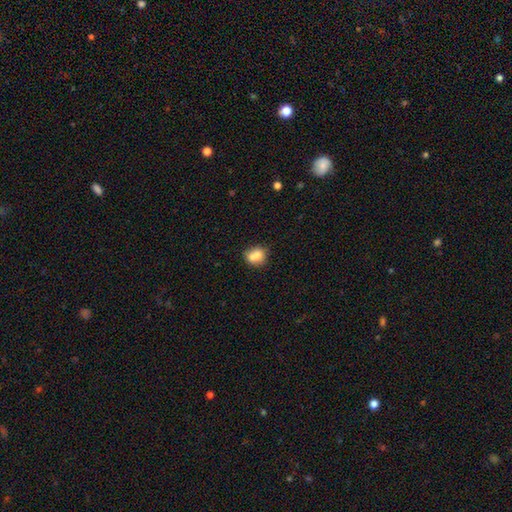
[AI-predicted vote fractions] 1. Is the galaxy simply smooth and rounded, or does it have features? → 72% smooth, 18% featured or disk, 10% star or artifact.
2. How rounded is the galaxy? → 70% round, 29% in between, 1% cigar-shaped.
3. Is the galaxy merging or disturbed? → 46% merger, 39% none, 11% minor disturbance, 4% major disturbance.